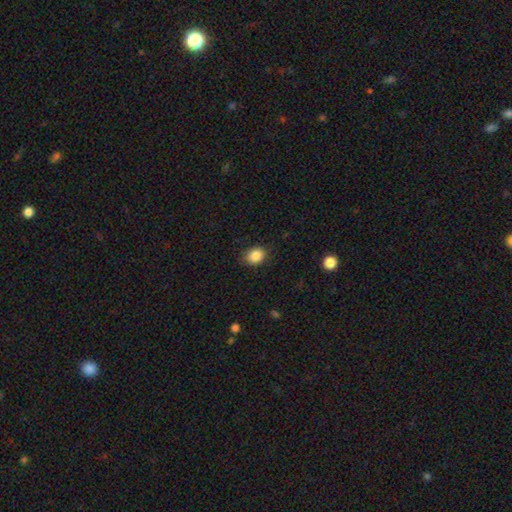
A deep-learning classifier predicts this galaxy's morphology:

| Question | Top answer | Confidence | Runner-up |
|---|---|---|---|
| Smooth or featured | smooth | 86% | star or artifact (9%) |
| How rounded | round | 52% | in between (47%) |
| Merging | none | 83% | minor disturbance (13%) |